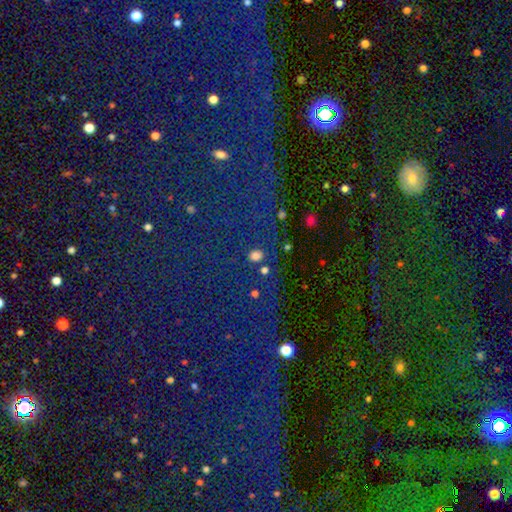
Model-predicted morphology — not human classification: smooth-or-featured: smooth: 65% | star or artifact: 28% | featured or disk: 7%
  how-rounded: round: 64% | in between: 34% | cigar-shaped: 2%
  merging: none: 77% | minor disturbance: 10% | merger: 7% | major disturbance: 5%